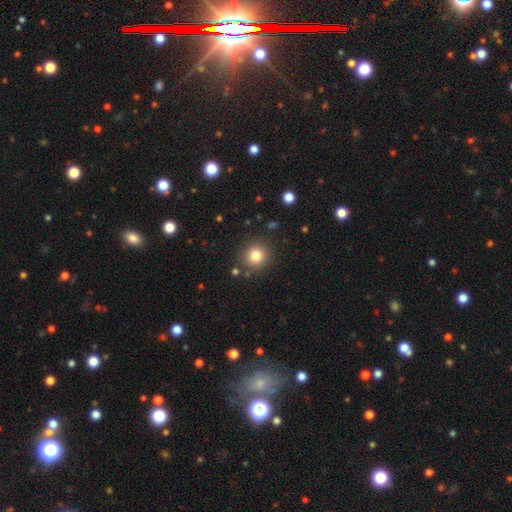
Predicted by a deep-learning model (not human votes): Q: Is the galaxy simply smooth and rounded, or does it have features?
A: smooth — 81%.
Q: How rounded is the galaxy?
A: round — 92%.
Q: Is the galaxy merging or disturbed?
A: none — 88%.